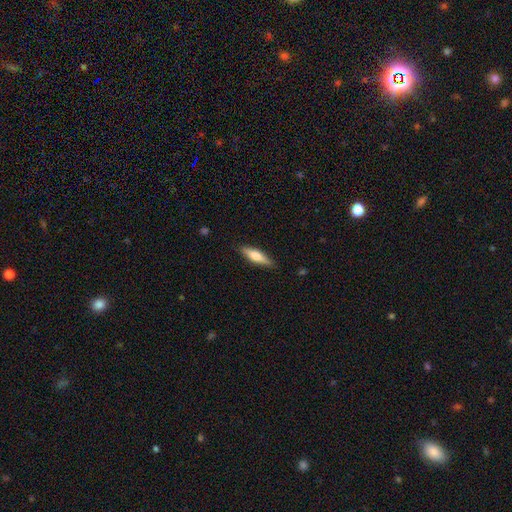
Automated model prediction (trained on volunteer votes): Smooth or featured? smooth (59%)
How rounded? cigar-shaped (65%)
Merging? none (88%)